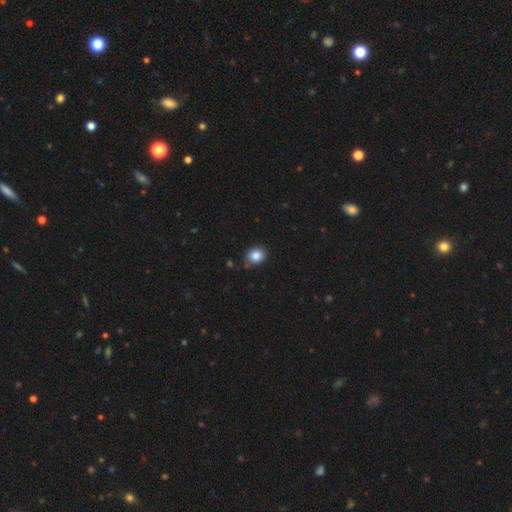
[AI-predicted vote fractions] smooth_or_featured: smooth (p=0.85) [alt: star or artifact p=0.10]
how_rounded: round (p=0.73) [alt: in between p=0.26]
merging: none (p=0.83) [alt: minor disturbance p=0.12]